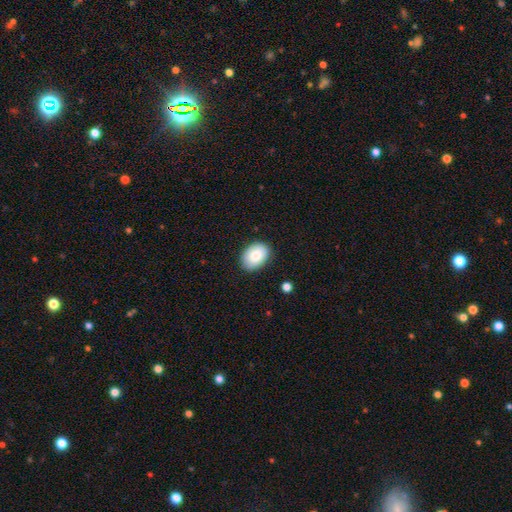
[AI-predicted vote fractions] This appears to be a smooth galaxy with no disk features (83%) that is in between round and cigar-shaped (79%). Merging: none (86%).